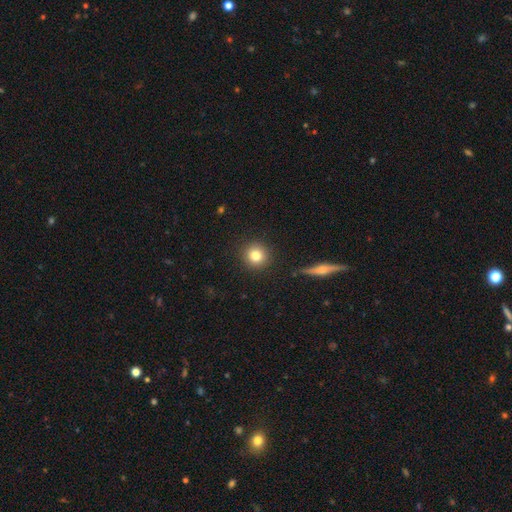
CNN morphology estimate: A smooth galaxy with no disk features (80%) that is round (93%). Merging: none (89%).